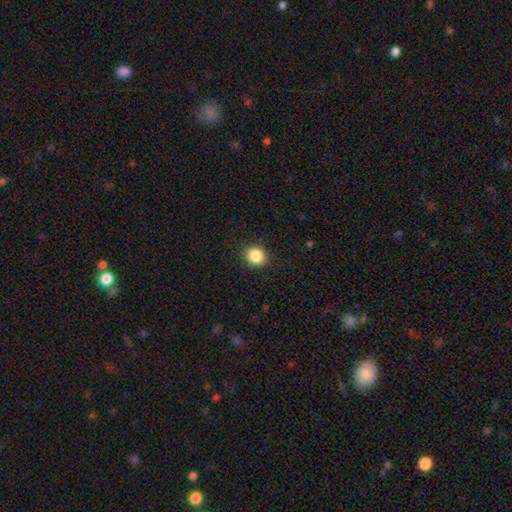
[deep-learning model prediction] smooth-or-featured: smooth: 86% | star or artifact: 10% | featured or disk: 4%
  how-rounded: round: 84% | in between: 15% | cigar-shaped: 1%
  merging: none: 91% | minor disturbance: 7% | major disturbance: 2% | merger: 1%